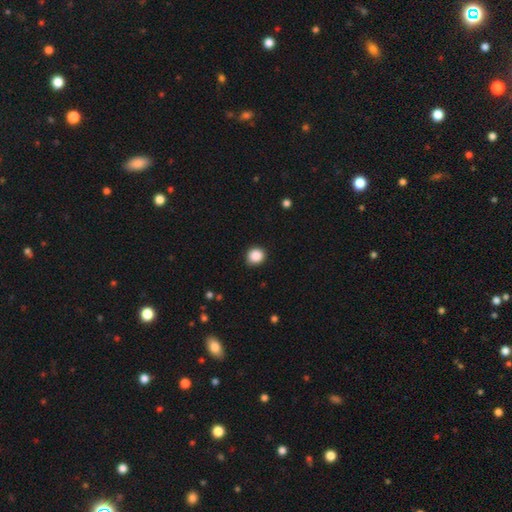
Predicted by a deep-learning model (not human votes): This appears to be a smooth galaxy with no disk features (88%) that is round (85%). Merging: none (88%).